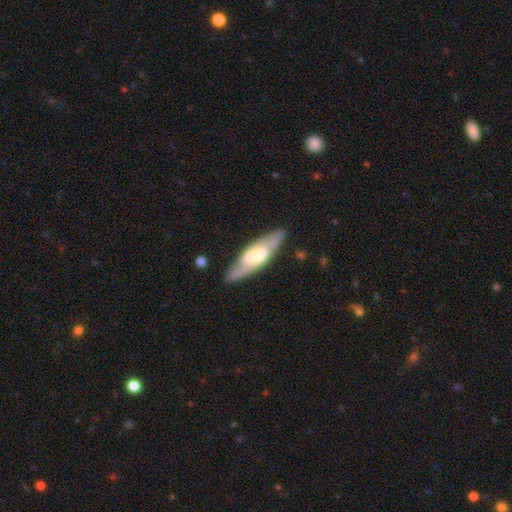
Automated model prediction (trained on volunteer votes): Smooth or featured? featured or disk (64%)
Edge-on disk? no (69%)
Merging? none (81%)